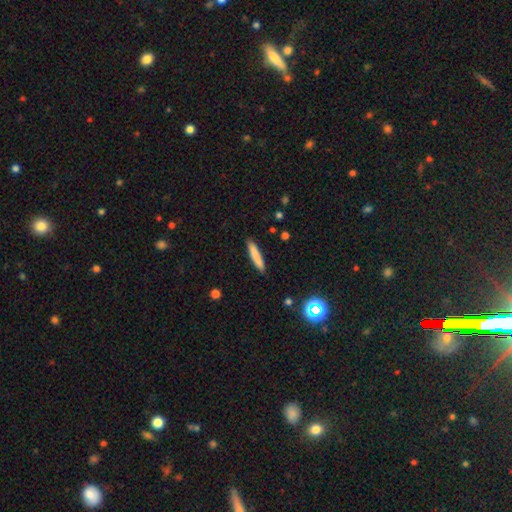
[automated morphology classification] Smooth or featured? Predicted: smooth (p=0.81). How rounded? Predicted: cigar-shaped (p=0.92). Merging? Predicted: none (p=0.90).